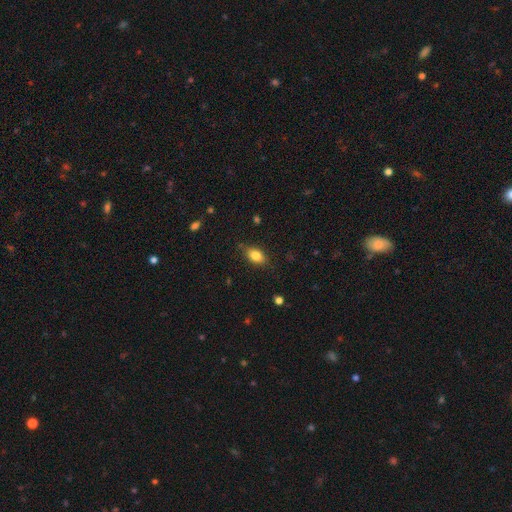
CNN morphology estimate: A smooth galaxy with no disk features (82%) that is in between round and cigar-shaped (83%).

Vote fractions:
- Smooth or featured? smooth: 82% / featured or disk: 9% / star or artifact: 9%
- How rounded? in between: 83% / round: 13% / cigar-shaped: 3%
- Merging? none: 78% / minor disturbance: 17% / major disturbance: 4% / merger: 1%